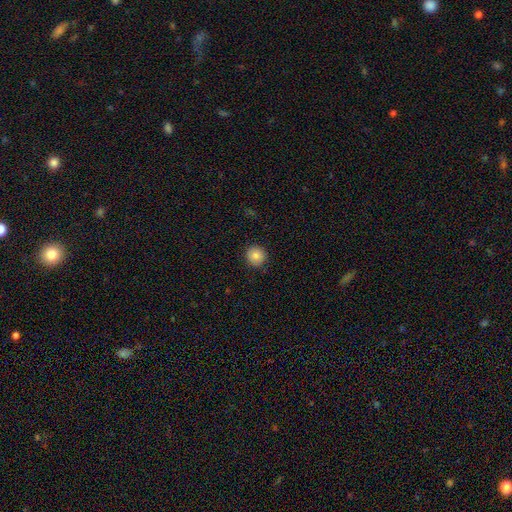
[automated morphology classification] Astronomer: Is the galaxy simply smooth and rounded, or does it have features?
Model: smooth — 83%.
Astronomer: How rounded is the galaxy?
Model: round — 92%.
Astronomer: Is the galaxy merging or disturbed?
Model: none — 90%.